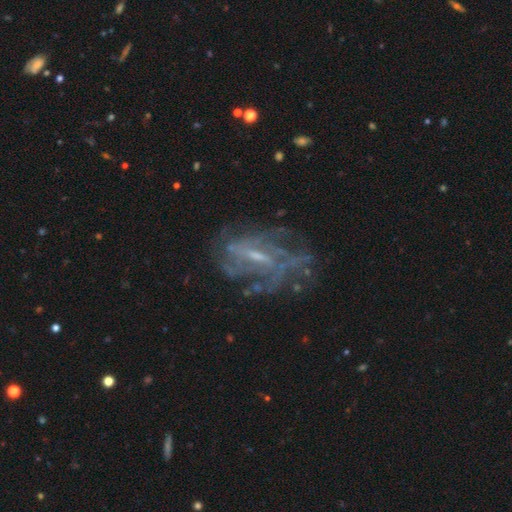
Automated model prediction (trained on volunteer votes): Smooth or featured: featured or disk — 79% (star or artifact — 12%)
Edge-on disk: no — 94% (yes — 6%)
Bar: weak — 50% (strong — 26%)
Spiral arms: yes — 79% (no — 21%)
Spiral winding: tight — 40% (medium — 39%)
Spiral arm count: can't tell — 50% (4 — 14%)
Bulge size: small — 56% (moderate — 28%)
Merging: none — 56% (major disturbance — 22%)